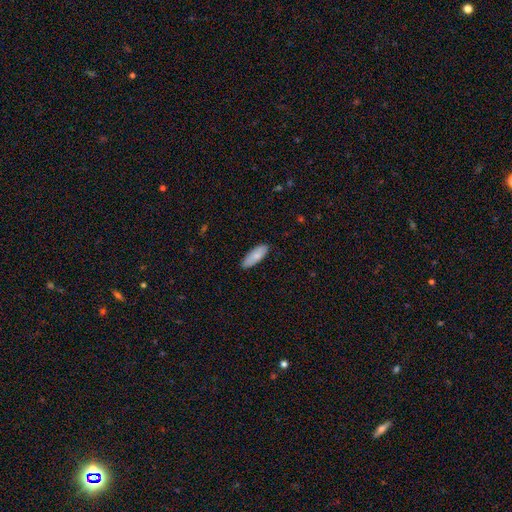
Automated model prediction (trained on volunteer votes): The model was most divided on "how rounded": in between: 71%, cigar-shaped: 28%, round: 2%. More confident: merging — none (85%); smooth or featured — smooth (81%).